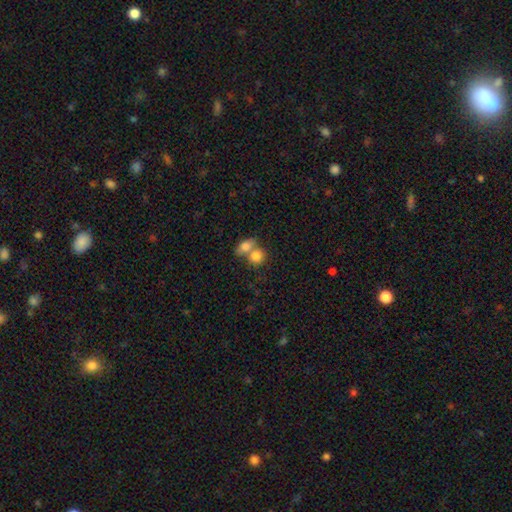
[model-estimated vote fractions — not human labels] A smooth galaxy with no disk features (81%) that is round (60%).

Vote fractions:
- Smooth or featured? smooth: 81% / featured or disk: 10% / star or artifact: 8%
- How rounded? round: 60% / in between: 38% / cigar-shaped: 2%
- Merging? merger: 57% / none: 32% / minor disturbance: 7% / major disturbance: 4%